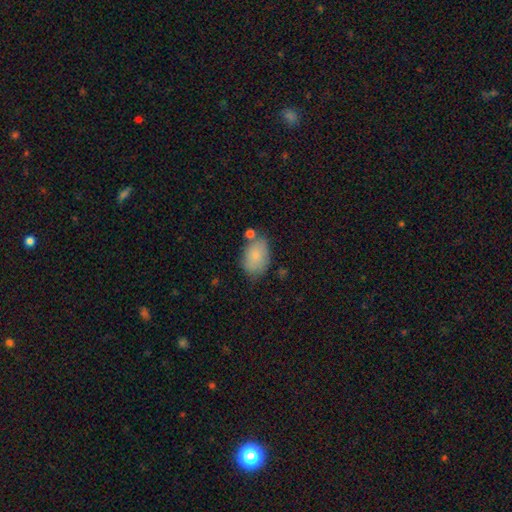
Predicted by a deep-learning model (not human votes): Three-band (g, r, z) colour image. It shows a smooth galaxy with no disk features (81%) that is in between round and cigar-shaped (85%). Merging: none (61%).